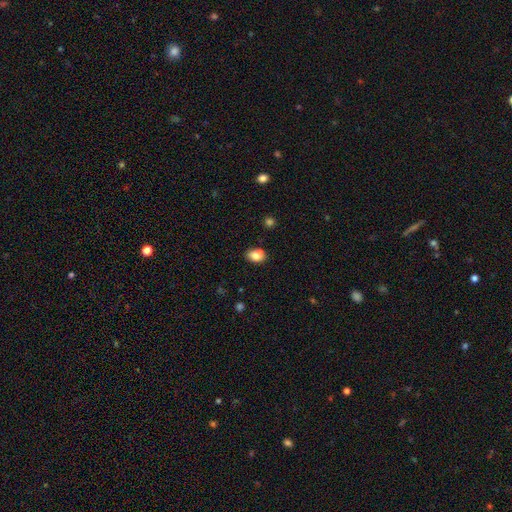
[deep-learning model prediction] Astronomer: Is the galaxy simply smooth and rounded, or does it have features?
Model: smooth — 79%.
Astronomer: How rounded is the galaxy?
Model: in between — 74%.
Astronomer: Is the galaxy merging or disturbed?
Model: none — 60%.